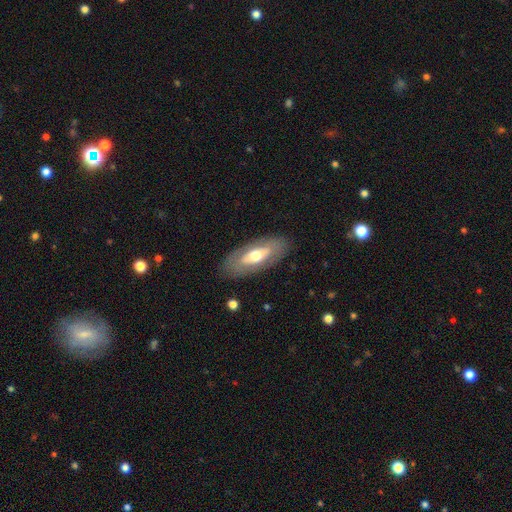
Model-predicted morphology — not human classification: This appears to be a featured or disk galaxy (49%). Merging: none (83%).